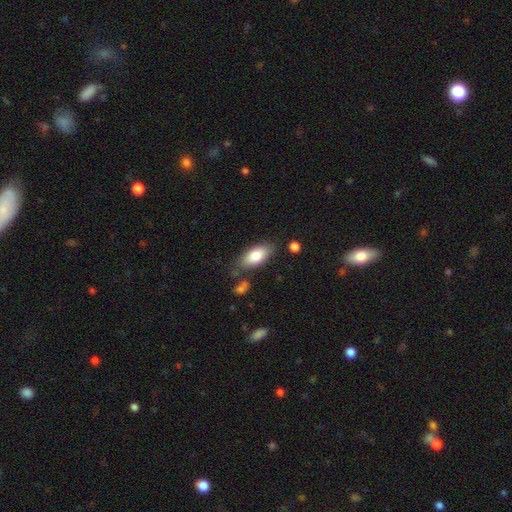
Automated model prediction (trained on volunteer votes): A smooth galaxy with no disk features (80%) that is in between round and cigar-shaped (89%). Merging: none (76%).